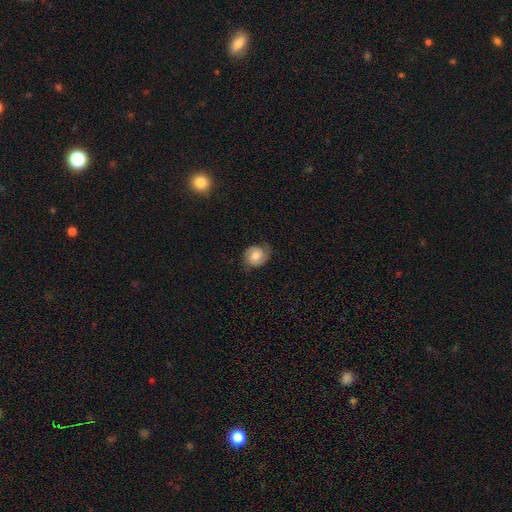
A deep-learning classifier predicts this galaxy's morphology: Q: Smooth or featured?
A: smooth (50%); runner-up: featured or disk (42%)
Q: How rounded?
A: round (76%); runner-up: in between (23%)
Q: Merging?
A: none (71%); runner-up: minor disturbance (21%)